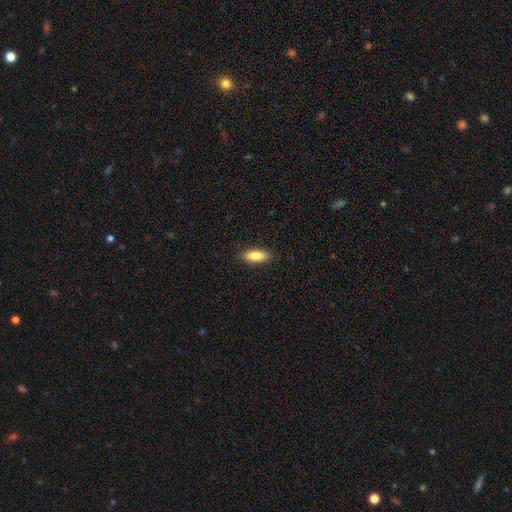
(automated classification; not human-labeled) Q: Smooth or featured?
A: smooth (84%); runner-up: featured or disk (10%)
Q: How rounded?
A: in between (77%); runner-up: cigar-shaped (21%)
Q: Merging?
A: none (88%); runner-up: minor disturbance (9%)